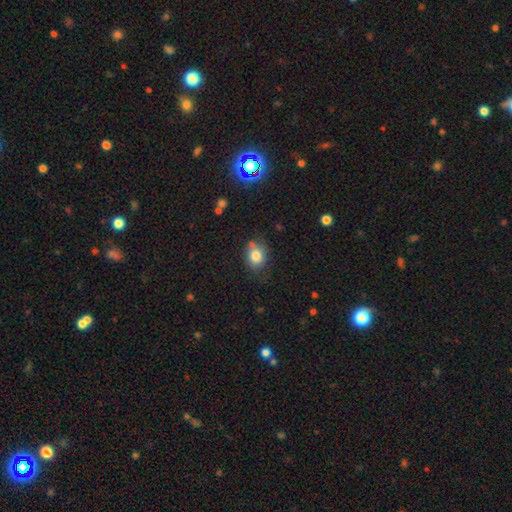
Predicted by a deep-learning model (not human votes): Morphology: type=smooth (81%); roundness=round (59%); merging=none (67%).